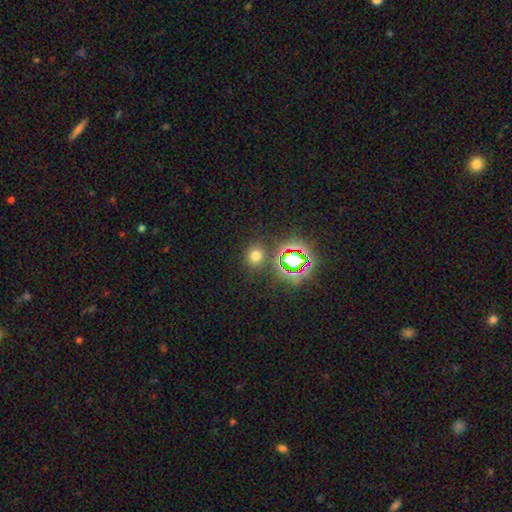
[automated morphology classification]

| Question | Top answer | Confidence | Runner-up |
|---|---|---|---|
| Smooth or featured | smooth | 64% | star or artifact (29%) |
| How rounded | round | 73% | in between (26%) |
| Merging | none | 83% | minor disturbance (9%) |